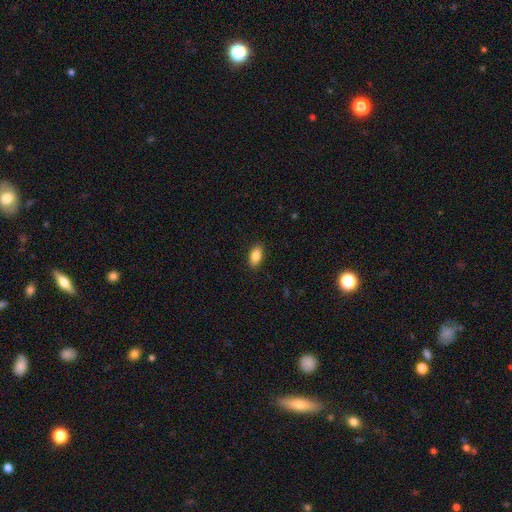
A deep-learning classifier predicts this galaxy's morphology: This is clearly a smooth galaxy (86%). How rounded: clearly in between (91%). Merging: clearly none (89%).